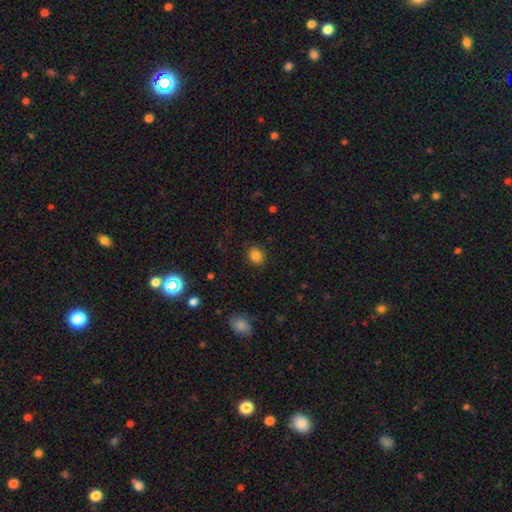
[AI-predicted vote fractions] The model was most divided on "how rounded": round: 63%, in between: 36%, cigar-shaped: 1%. More confident: merging — none (87%); smooth or featured — smooth (85%).